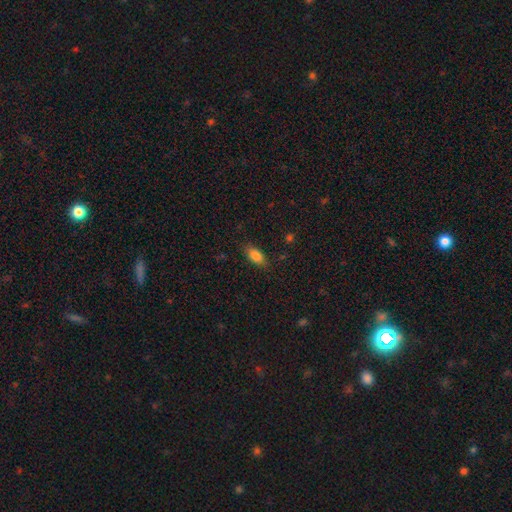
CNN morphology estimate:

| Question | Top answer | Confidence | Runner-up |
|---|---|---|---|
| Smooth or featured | smooth | 84% | star or artifact (8%) |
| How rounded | in between | 86% | cigar-shaped (10%) |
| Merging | none | 83% | minor disturbance (12%) |